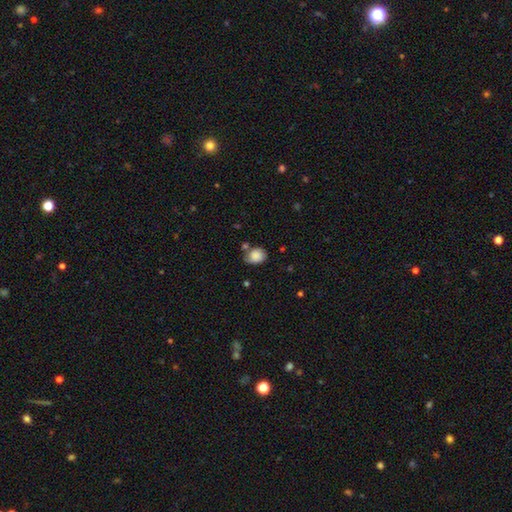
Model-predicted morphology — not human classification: type=smooth (84%); roundness=round (56%); merging=none (57%).